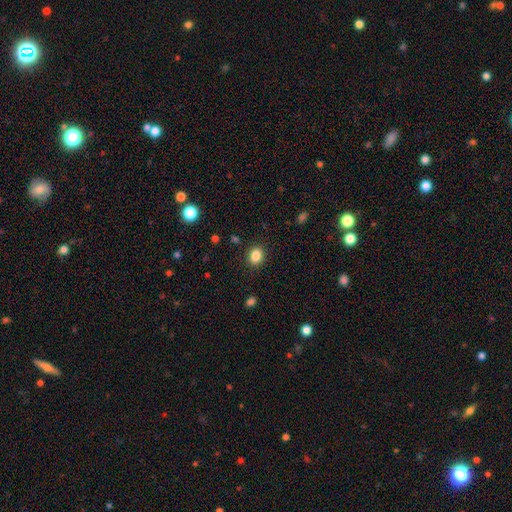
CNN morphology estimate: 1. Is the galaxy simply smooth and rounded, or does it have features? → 85% smooth, 10% star or artifact, 4% featured or disk.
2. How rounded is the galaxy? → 57% round, 42% in between, 1% cigar-shaped.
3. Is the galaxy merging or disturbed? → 89% none, 8% minor disturbance, 3% major disturbance, 1% merger.